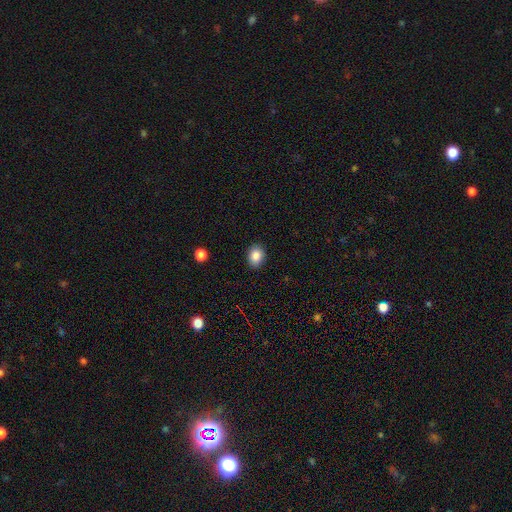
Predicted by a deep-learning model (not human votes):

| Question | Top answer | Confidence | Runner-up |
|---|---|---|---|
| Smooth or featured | smooth | 86% | star or artifact (9%) |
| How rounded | in between | 61% | round (38%) |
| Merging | none | 89% | minor disturbance (8%) |